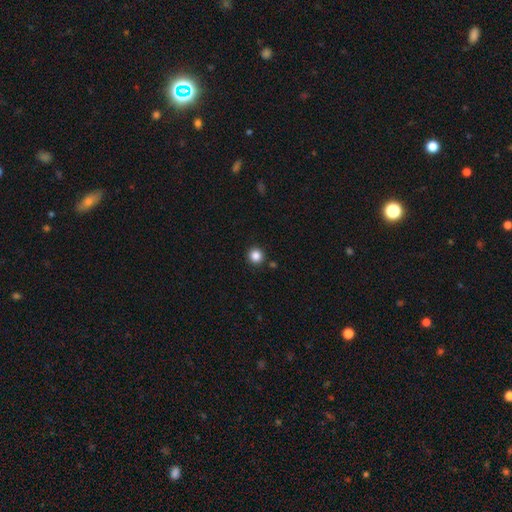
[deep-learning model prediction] This appears to be a smooth galaxy with no disk features (85%) that is round (94%). Merging: none (91%).